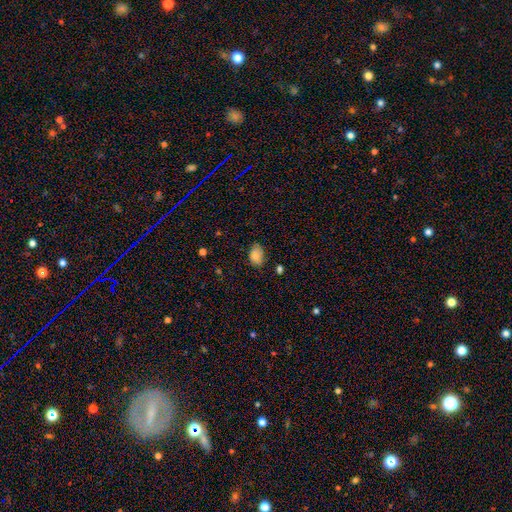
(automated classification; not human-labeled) Morphology: type=smooth (81%); roundness=in between (82%); merging=none (69%).